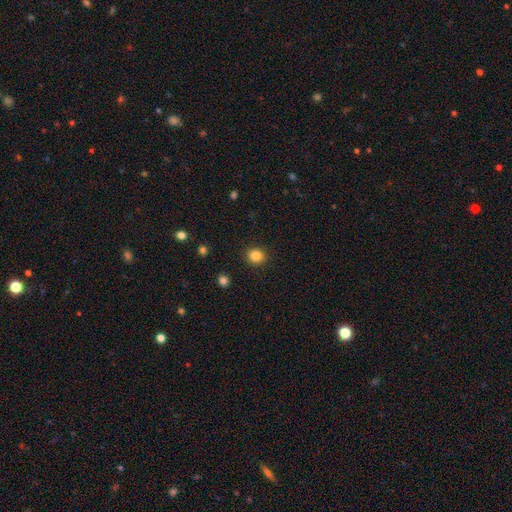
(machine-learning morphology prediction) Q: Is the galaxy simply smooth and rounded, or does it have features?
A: smooth — 84%.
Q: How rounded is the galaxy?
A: round — 78%.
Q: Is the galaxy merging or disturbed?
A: none — 91%.